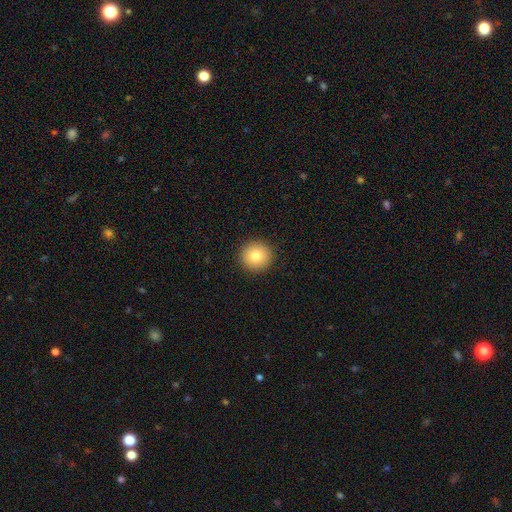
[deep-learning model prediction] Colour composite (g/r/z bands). It shows a smooth galaxy with no disk features (82%) that is round (94%). Merging: none (93%).